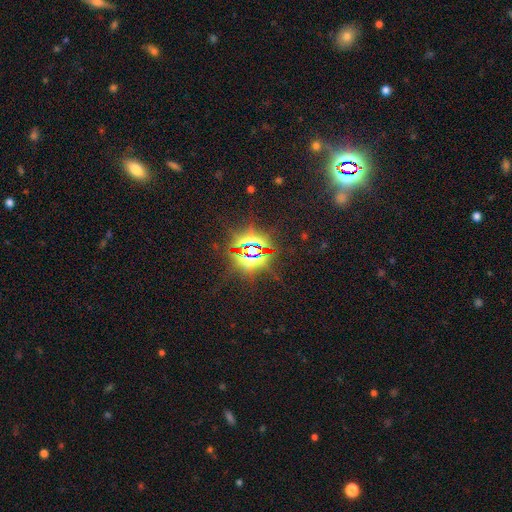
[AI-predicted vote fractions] Smooth or featured? Predicted: star or artifact (p=0.84).